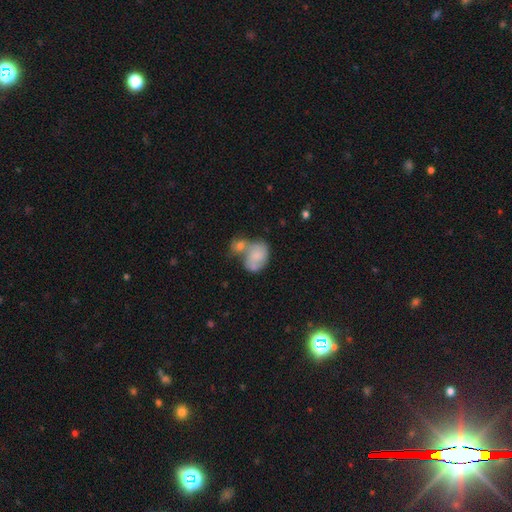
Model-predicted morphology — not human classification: This is likely a smooth galaxy (61%). How rounded: likely in between (68%). Merging: possibly merger (60%).